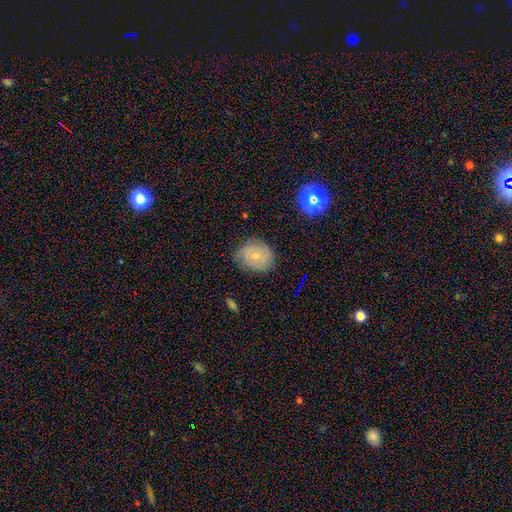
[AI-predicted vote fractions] Smooth or featured: smooth — 56% (featured or disk — 31%)
How rounded: round — 63% (in between — 36%)
Merging: none — 74% (minor disturbance — 20%)